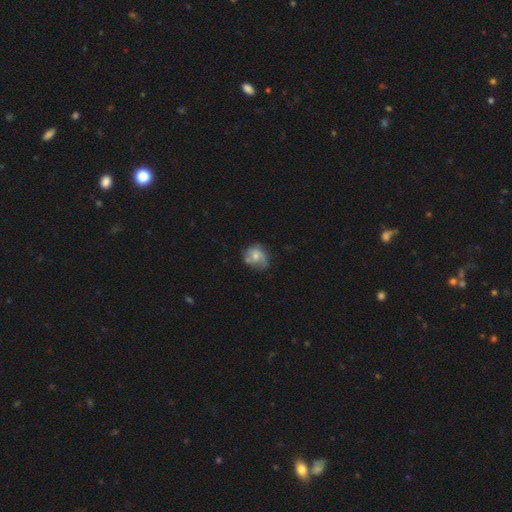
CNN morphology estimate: smooth-or-featured: featured or disk: 53% | smooth: 39% | star or artifact: 8%
  disk-edge-on: no: 98% | yes: 2%
    bar: no: 71% | weak: 26% | strong: 4%
    has-spiral-arms: yes: 73% | no: 27%
    bulge-size: moderate: 47% | small: 37% | none: 10% | large: 6% | dominant: 1%
  merging: none: 55% | minor disturbance: 26% | major disturbance: 15% | merger: 4%